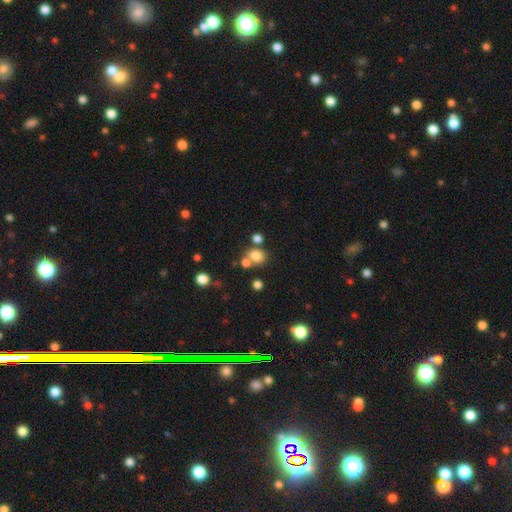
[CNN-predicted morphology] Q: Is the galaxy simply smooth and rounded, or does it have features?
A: smooth — 78%.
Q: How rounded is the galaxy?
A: round — 72%.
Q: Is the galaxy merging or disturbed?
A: none — 59%.